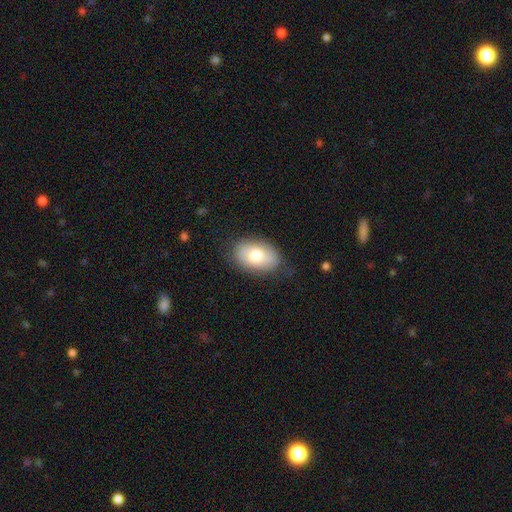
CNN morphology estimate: The model was most divided on "smooth or featured": smooth: 75%, featured or disk: 18%, star or artifact: 7%. More confident: how rounded — in between (90%); merging — none (79%).